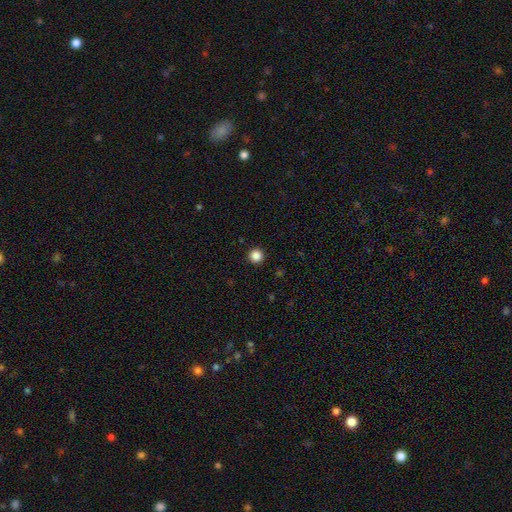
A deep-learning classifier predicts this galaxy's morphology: This is clearly a smooth galaxy (86%). How rounded: clearly round (96%). Merging: clearly none (94%).